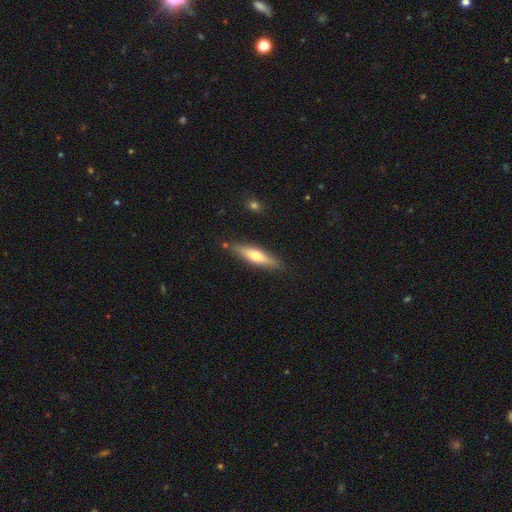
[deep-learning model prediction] This is possibly a smooth galaxy (56%). How rounded: likely cigar-shaped (75%). Merging: clearly none (84%).